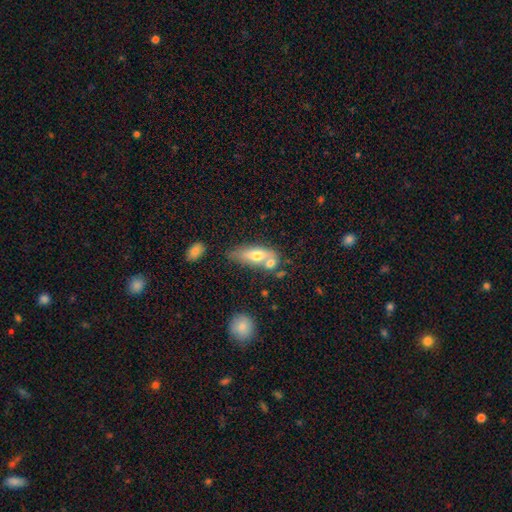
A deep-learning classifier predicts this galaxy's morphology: smooth-or-featured: smooth: 60% | featured or disk: 32% | star or artifact: 8%
  how-rounded: in between: 65% | cigar-shaped: 31% | round: 4%
  merging: none: 41% | merger: 31% | minor disturbance: 19% | major disturbance: 8%